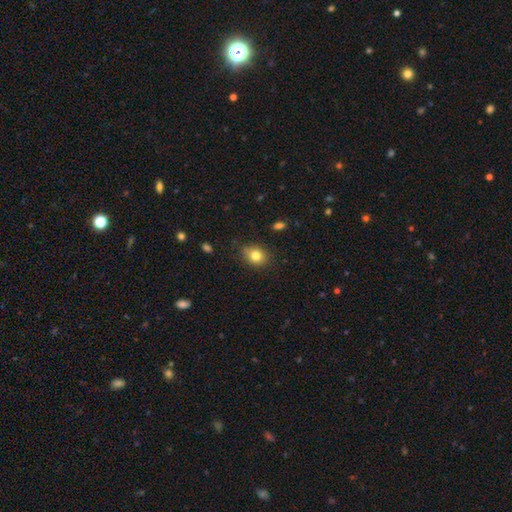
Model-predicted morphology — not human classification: type=smooth (81%); roundness=round (59%); merging=none (80%).